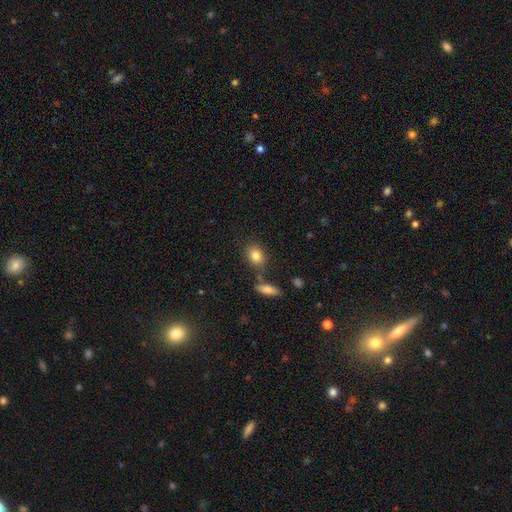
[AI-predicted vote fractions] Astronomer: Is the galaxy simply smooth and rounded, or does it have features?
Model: smooth — 83%.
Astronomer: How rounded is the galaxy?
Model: in between — 63%.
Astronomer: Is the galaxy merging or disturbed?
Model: none — 77%.